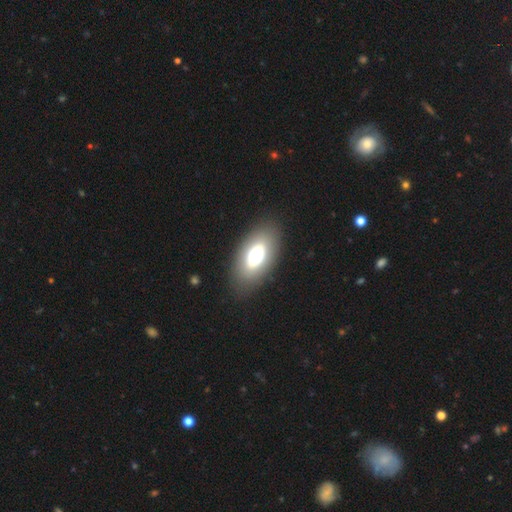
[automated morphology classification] smooth 66%, featured or disk 26%, star or artifact 8%. Down the decision tree: how rounded — in between (92%); merging — none (86%).